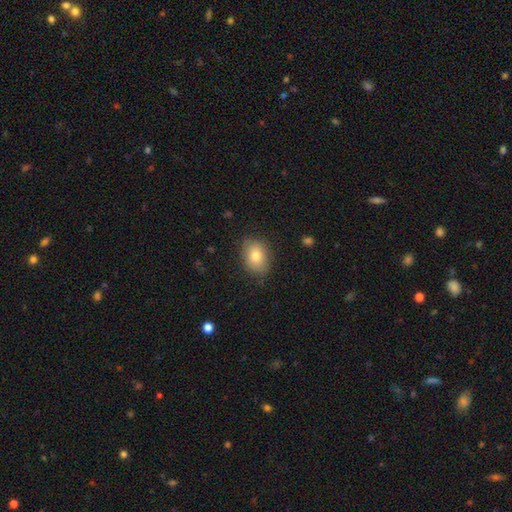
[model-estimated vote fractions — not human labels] Morphology: type=smooth (78%); roundness=in between (72%); merging=none (80%).